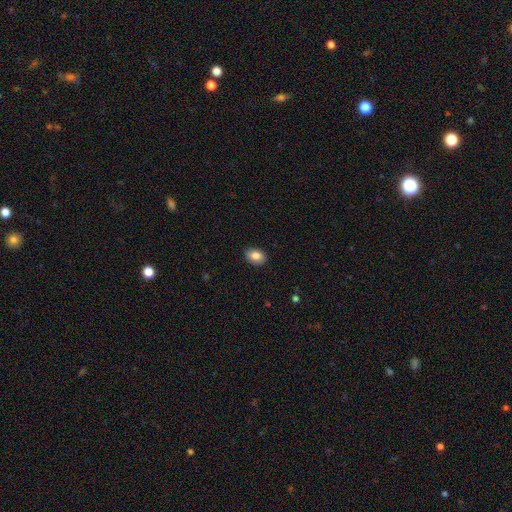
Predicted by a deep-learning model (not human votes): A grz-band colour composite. It shows a smooth galaxy with no disk features (84%) that is in between round and cigar-shaped (74%). Merging: none (89%).